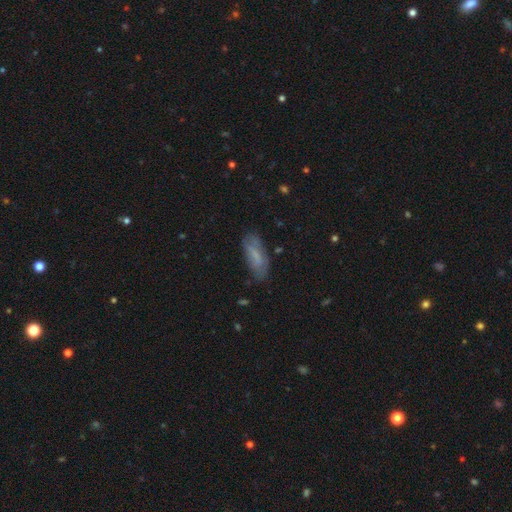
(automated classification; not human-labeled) smooth-or-featured: smooth: 64% | featured or disk: 28% | star or artifact: 8%
  how-rounded: in between: 69% | cigar-shaped: 29% | round: 2%
  merging: none: 71% | minor disturbance: 21% | major disturbance: 6% | merger: 2%